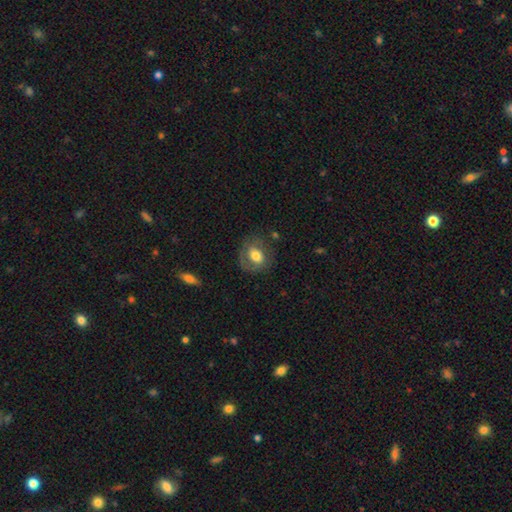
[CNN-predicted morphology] Smooth or featured? Predicted: smooth (p=0.56). How rounded? Predicted: round (p=0.54). Merging? Predicted: none (p=0.68).